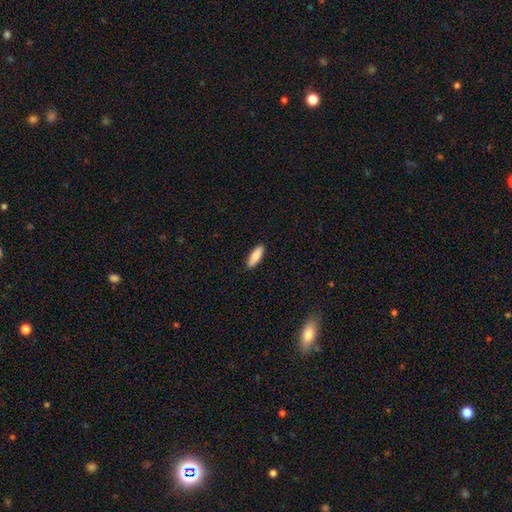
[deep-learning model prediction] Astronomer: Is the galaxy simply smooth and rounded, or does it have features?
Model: smooth — 87%.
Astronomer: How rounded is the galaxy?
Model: in between — 60% (runner-up: cigar-shaped, 38%).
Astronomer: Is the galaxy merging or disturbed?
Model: none — 90%.